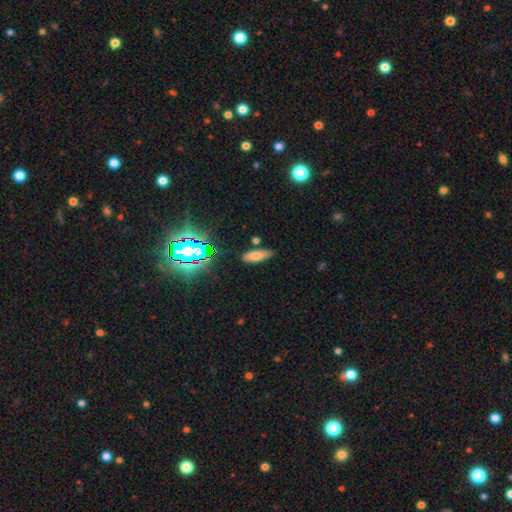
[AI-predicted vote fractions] The model was most divided on "how rounded": in between: 63%, cigar-shaped: 33%, round: 4%. More confident: merging — none (80%); smooth or featured — smooth (67%).